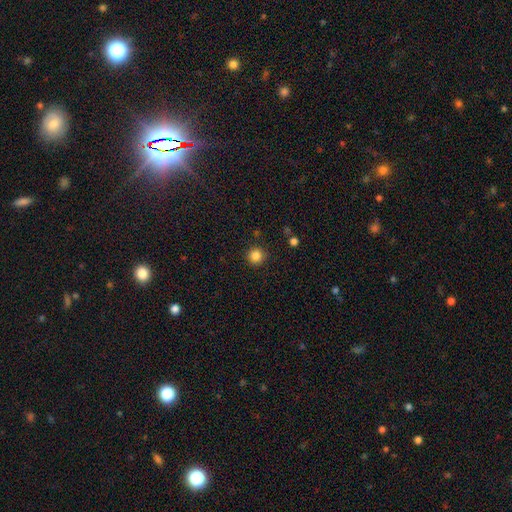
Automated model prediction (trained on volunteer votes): This is clearly a smooth galaxy (84%). How rounded: clearly round (95%). Merging: clearly none (91%).